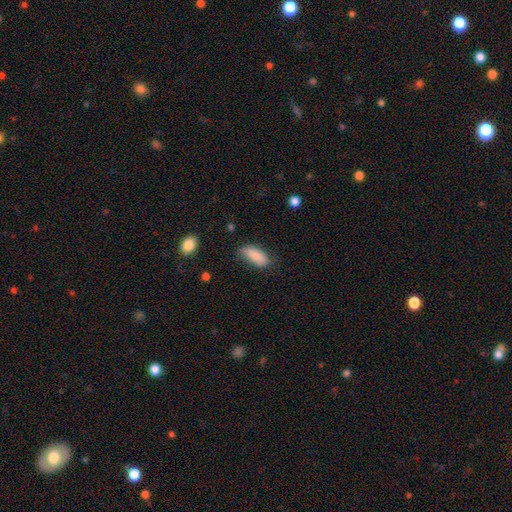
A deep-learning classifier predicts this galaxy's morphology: A smooth galaxy with no disk features (85%) that is in between round and cigar-shaped (84%). Merging: none (61%).